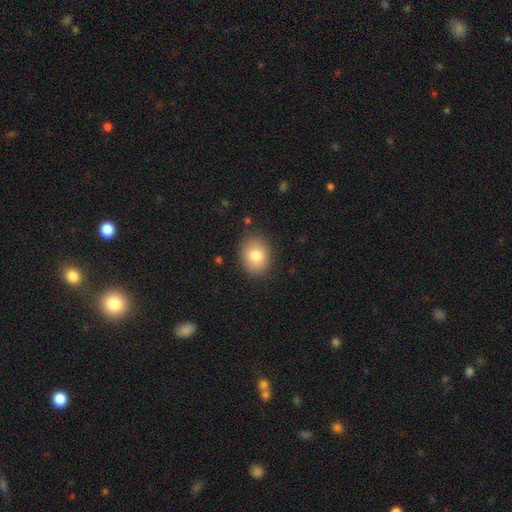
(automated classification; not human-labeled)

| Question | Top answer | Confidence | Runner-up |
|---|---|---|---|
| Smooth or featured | smooth | 80% | featured or disk (11%) |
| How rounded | in between | 52% | round (47%) |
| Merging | none | 85% | minor disturbance (11%) |